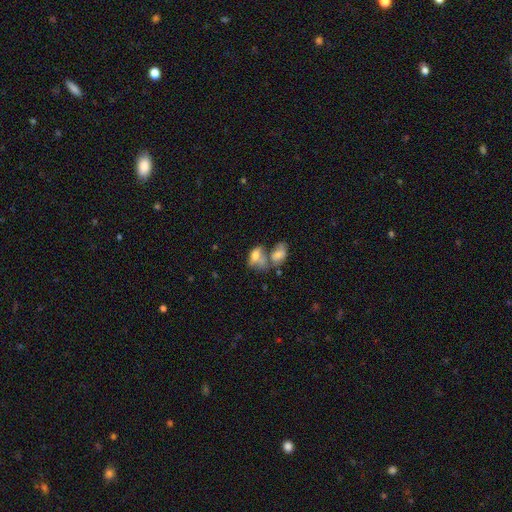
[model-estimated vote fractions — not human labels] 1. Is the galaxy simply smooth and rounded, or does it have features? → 70% smooth, 21% featured or disk, 9% star or artifact.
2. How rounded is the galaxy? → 86% in between, 11% round, 3% cigar-shaped.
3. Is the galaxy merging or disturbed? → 57% merger, 21% none, 12% minor disturbance, 9% major disturbance.